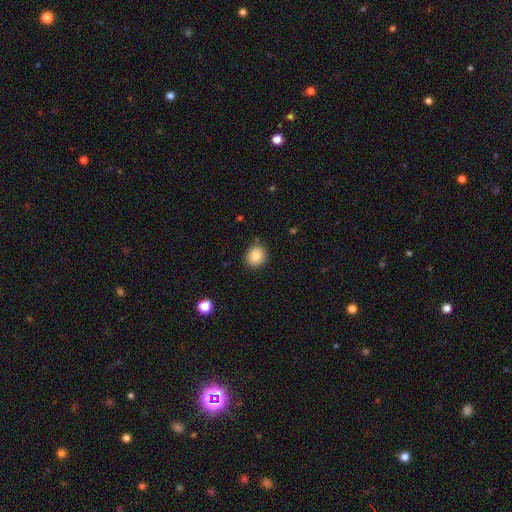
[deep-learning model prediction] This is clearly a smooth galaxy (84%). How rounded: likely round (77%). Merging: clearly none (87%).